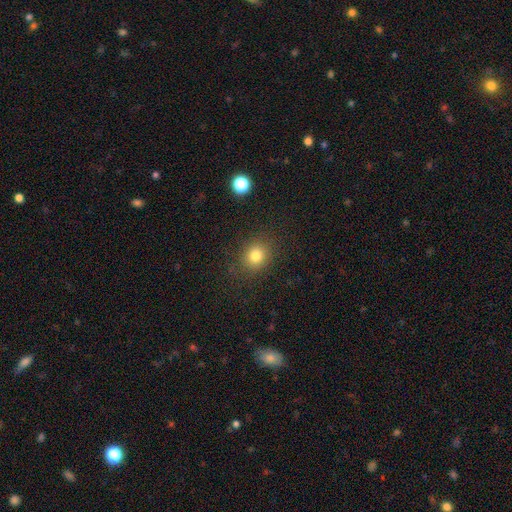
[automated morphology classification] Smooth or featured? Predicted: smooth (p=0.79). How rounded? Predicted: round (p=0.77). Merging? Predicted: none (p=0.86).